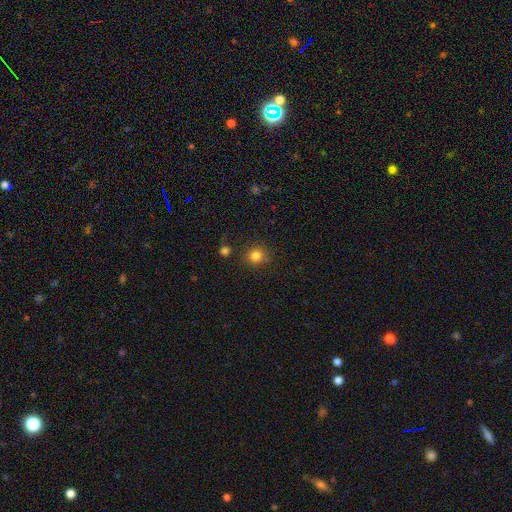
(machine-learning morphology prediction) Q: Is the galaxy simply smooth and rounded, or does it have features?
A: smooth — 81%.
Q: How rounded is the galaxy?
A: round — 86%.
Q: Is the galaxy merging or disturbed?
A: none — 81%.